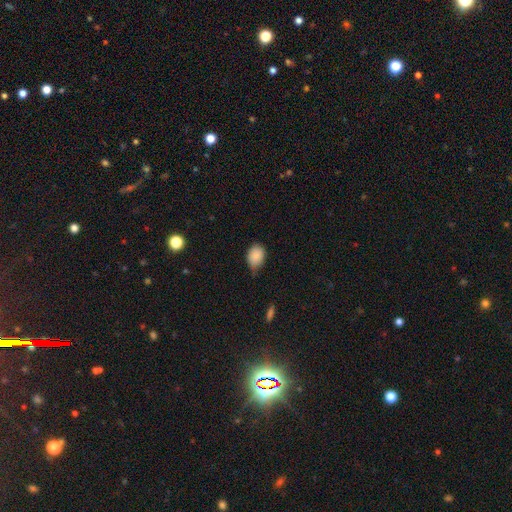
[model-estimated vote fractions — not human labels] Overall: smooth (86%). How rounded: in between (67%; round 32%). Merging: none (52%; minor disturbance 39%).